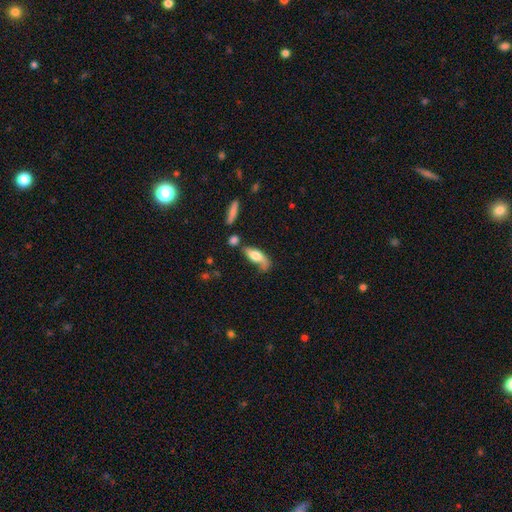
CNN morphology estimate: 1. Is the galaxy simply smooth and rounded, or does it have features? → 63% smooth, 30% featured or disk, 7% star or artifact.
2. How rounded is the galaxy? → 67% in between, 30% cigar-shaped, 3% round.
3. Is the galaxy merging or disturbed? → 39% none, 27% minor disturbance, 20% major disturbance, 14% merger.